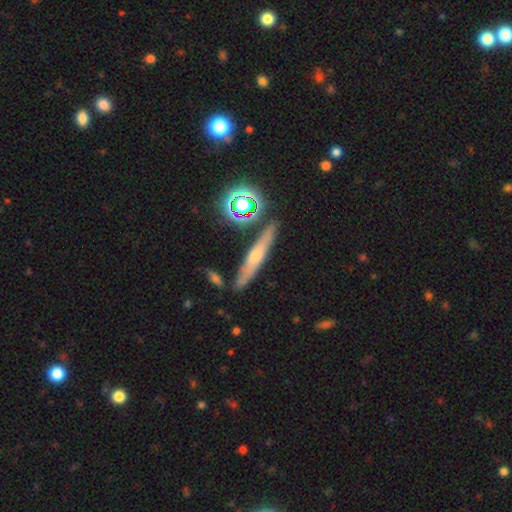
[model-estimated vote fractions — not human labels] This appears to be a featured or disk galaxy (44%). Merging: none (83%).